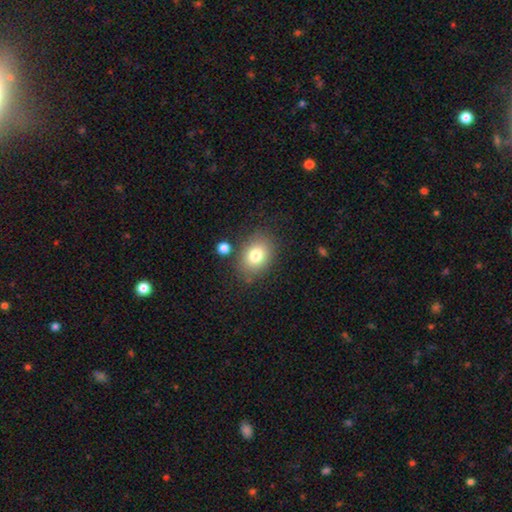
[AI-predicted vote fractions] A smooth galaxy with no disk features (79%) that is in between round and cigar-shaped (64%).

Vote fractions:
- Smooth or featured? smooth: 79% / featured or disk: 11% / star or artifact: 10%
- How rounded? in between: 64% / round: 35% / cigar-shaped: 1%
- Merging? none: 80% / minor disturbance: 12% / merger: 5% / major disturbance: 4%